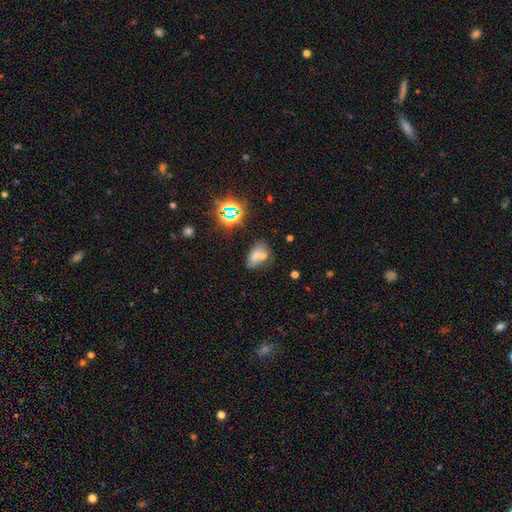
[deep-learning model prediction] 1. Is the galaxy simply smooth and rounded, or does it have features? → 61% smooth, 20% star or artifact, 20% featured or disk.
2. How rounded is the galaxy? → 81% in between, 15% round, 3% cigar-shaped.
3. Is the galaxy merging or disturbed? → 44% merger, 39% none, 12% minor disturbance, 6% major disturbance.